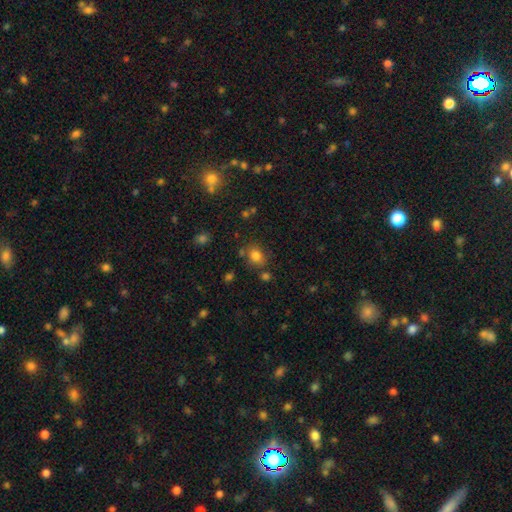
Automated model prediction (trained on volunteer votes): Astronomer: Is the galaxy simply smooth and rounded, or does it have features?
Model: smooth — 79%.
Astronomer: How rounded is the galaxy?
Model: in between — 51% (runner-up: round, 48%).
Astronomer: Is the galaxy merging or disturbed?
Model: none — 72%.